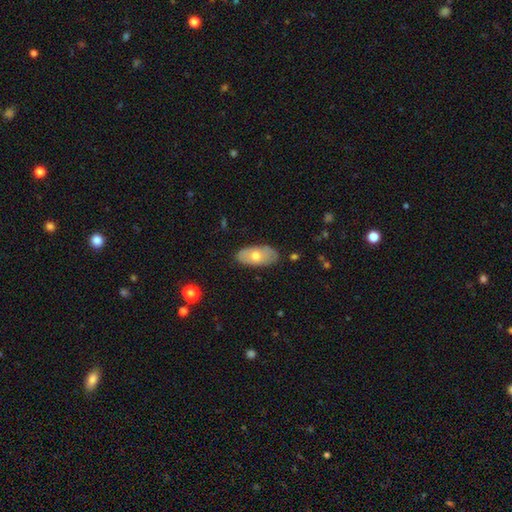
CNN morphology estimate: smooth 60%, featured or disk 33%, star or artifact 7%. Down the decision tree: how rounded — in between (91%); merging — none (83%).